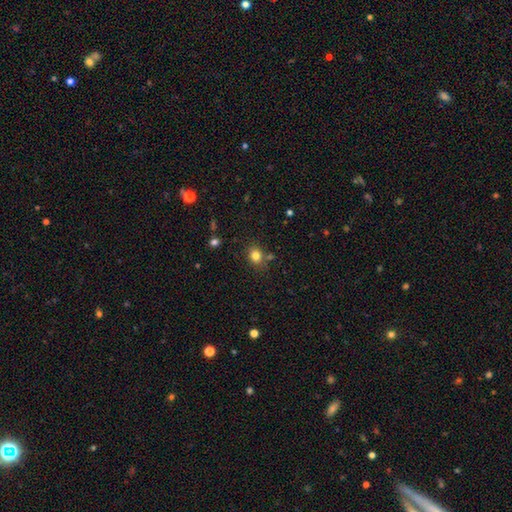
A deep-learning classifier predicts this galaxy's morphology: smooth-or-featured: smooth: 80% | star or artifact: 13% | featured or disk: 7%
  how-rounded: round: 68% | in between: 31% | cigar-shaped: 1%
  merging: none: 76% | minor disturbance: 13% | merger: 8% | major disturbance: 4%